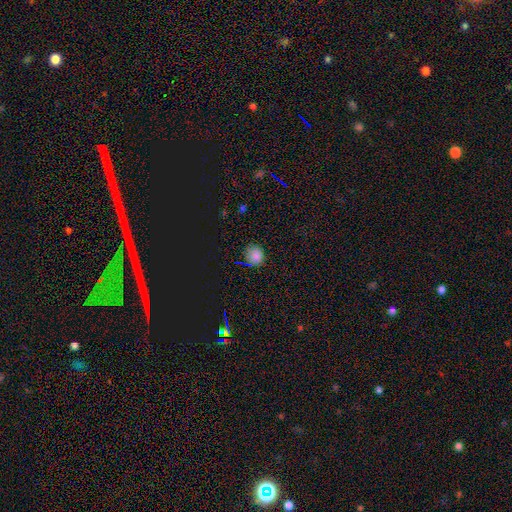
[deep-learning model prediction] Q: Smooth or featured?
A: smooth (78%); runner-up: star or artifact (17%)
Q: How rounded?
A: round (84%); runner-up: in between (15%)
Q: Merging?
A: none (82%); runner-up: minor disturbance (14%)